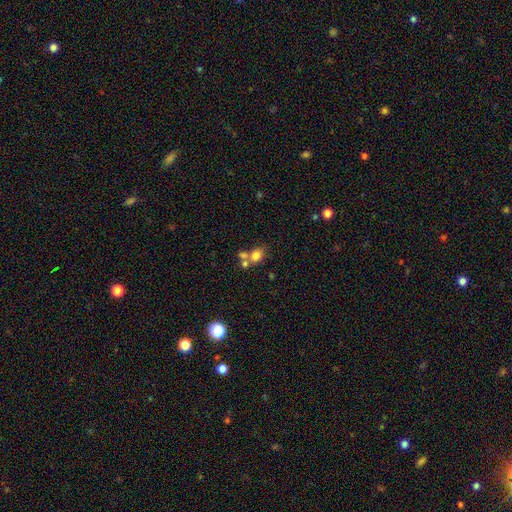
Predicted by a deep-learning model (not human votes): smooth_or_featured: smooth (p=0.75) [alt: star or artifact p=0.13]
how_rounded: round (p=0.56) [alt: in between p=0.42]
merging: merger (p=0.43) [tied with: none p=0.43]